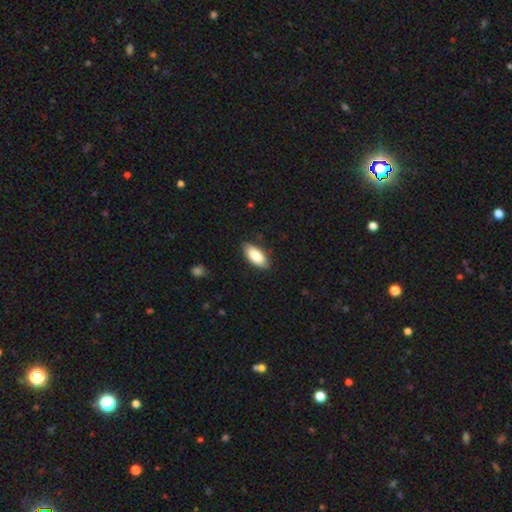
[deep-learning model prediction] smooth-or-featured: smooth: 87% | featured or disk: 8% | star or artifact: 6%
  how-rounded: in between: 90% | cigar-shaped: 8% | round: 2%
  merging: none: 85% | minor disturbance: 12% | major disturbance: 2% | merger: 1%